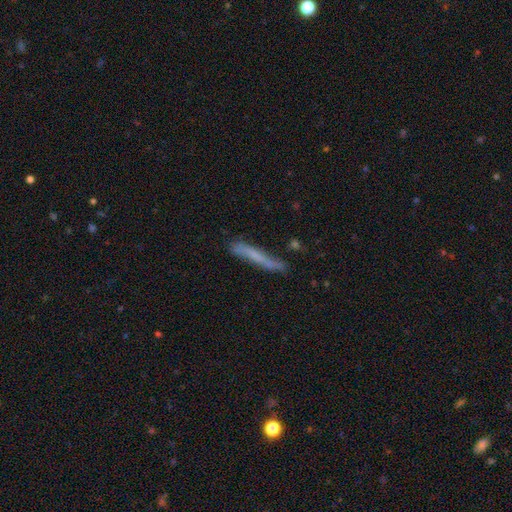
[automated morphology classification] smooth 56%, featured or disk 37%, star or artifact 8%. Down the decision tree: how rounded — cigar-shaped (95%); merging — none (70%).